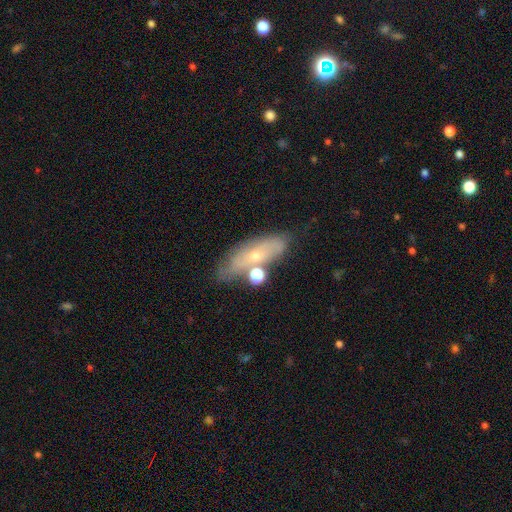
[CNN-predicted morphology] type=smooth (49%); merging=none (61%).